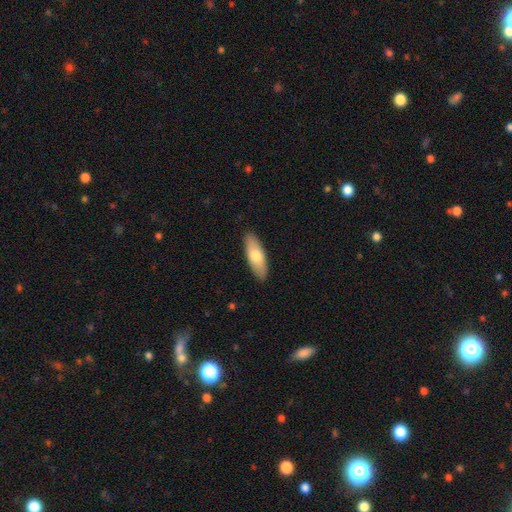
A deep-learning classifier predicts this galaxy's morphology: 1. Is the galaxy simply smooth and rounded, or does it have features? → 72% smooth, 23% featured or disk, 5% star or artifact.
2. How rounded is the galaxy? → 64% in between, 34% cigar-shaped, 2% round.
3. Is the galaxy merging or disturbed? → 89% none, 8% minor disturbance, 2% major disturbance, 1% merger.